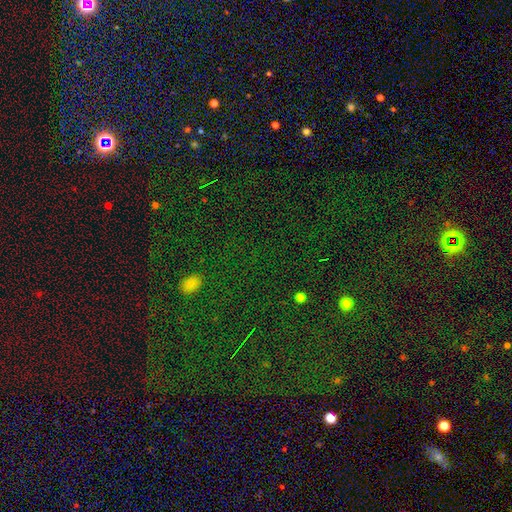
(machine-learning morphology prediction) smooth_or_featured: star or artifact (p=0.77) [alt: smooth p=0.16]